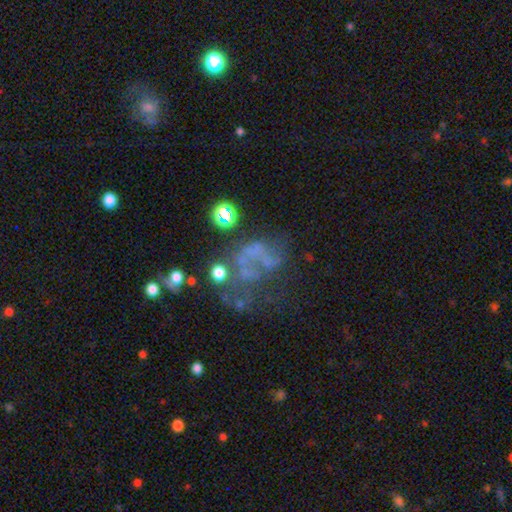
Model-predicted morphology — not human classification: The model was most divided on "merging": major disturbance: 41%, none: 30%, minor disturbance: 15%, merger: 13%. More confident: edge-on disk — no (98%); bar — no (90%); bulge size — none (83%); spiral arms — no (82%); smooth or featured — featured or disk (53%).